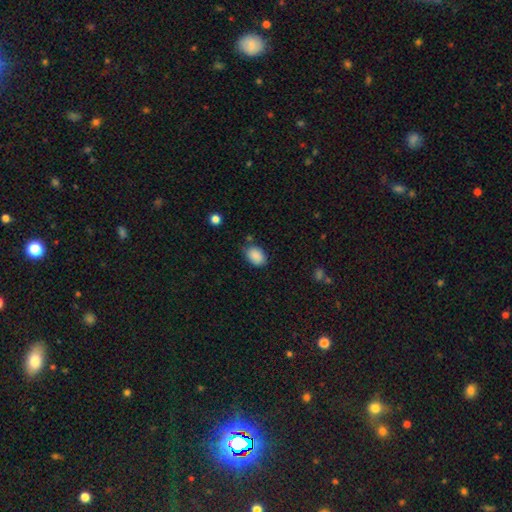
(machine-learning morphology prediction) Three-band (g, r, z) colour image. It shows a smooth galaxy with no disk features (89%) that is in between round and cigar-shaped (82%). Merging: none (76%).